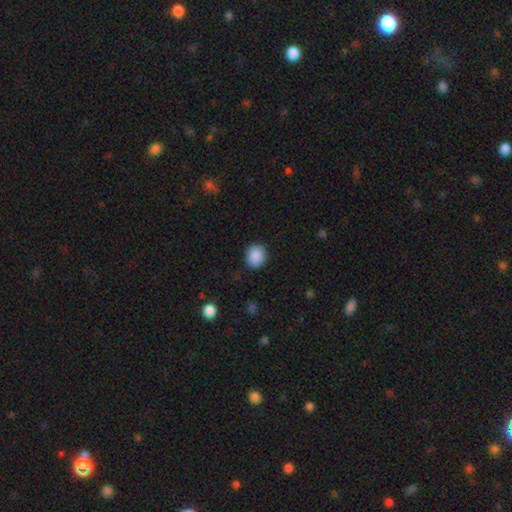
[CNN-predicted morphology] smooth-or-featured: smooth: 90% | star or artifact: 8% | featured or disk: 3%
  how-rounded: round: 65% | in between: 34% | cigar-shaped: 1%
  merging: none: 87% | minor disturbance: 9% | major disturbance: 3% | merger: 1%